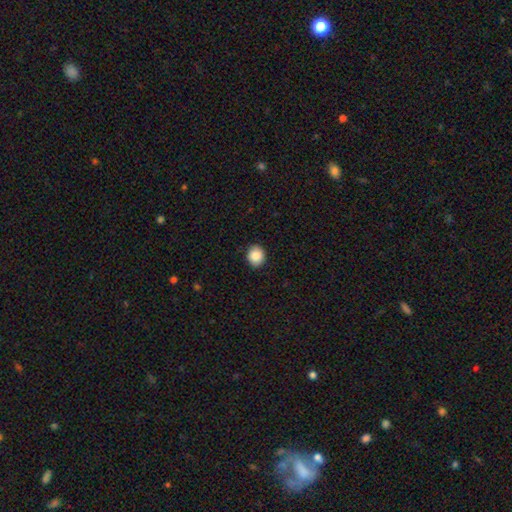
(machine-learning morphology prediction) smooth-or-featured: smooth: 88% | star or artifact: 8% | featured or disk: 4%
  how-rounded: round: 71% | in between: 28% | cigar-shaped: 1%
  merging: none: 90% | minor disturbance: 7% | major disturbance: 2% | merger: 1%